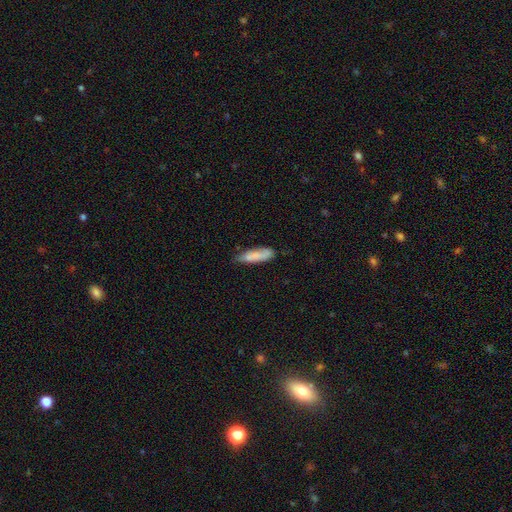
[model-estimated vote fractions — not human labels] The model was most divided on "how rounded": cigar-shaped: 56%, in between: 42%, round: 2%. More confident: smooth or featured — smooth (76%); merging — none (63%).